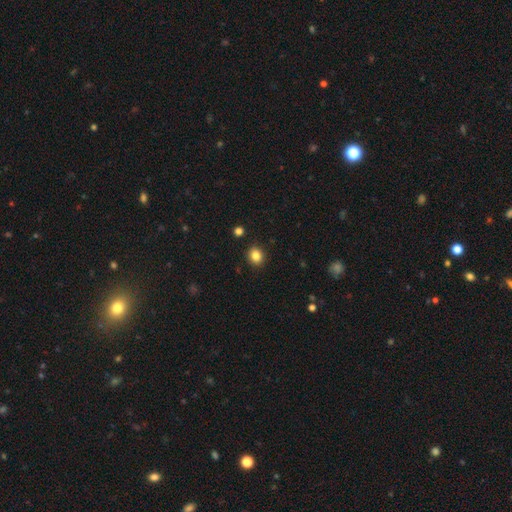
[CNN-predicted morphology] Q: Smooth or featured?
A: smooth (84%); runner-up: star or artifact (11%)
Q: How rounded?
A: round (67%); runner-up: in between (32%)
Q: Merging?
A: none (90%); runner-up: minor disturbance (7%)